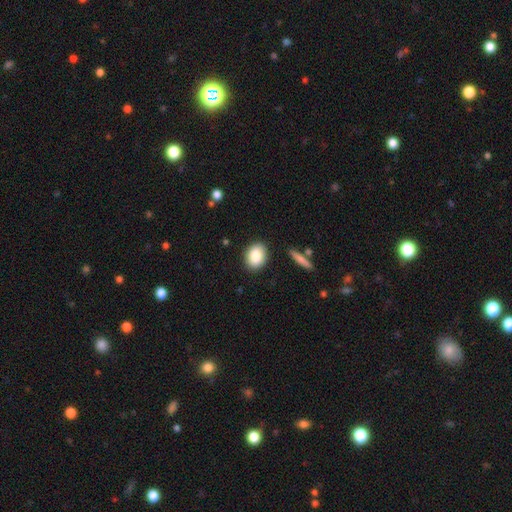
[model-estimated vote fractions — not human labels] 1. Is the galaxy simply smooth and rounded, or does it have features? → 85% smooth, 8% featured or disk, 8% star or artifact.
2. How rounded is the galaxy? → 64% in between, 35% round, 2% cigar-shaped.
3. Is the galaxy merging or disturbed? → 87% none, 9% minor disturbance, 2% major disturbance, 2% merger.